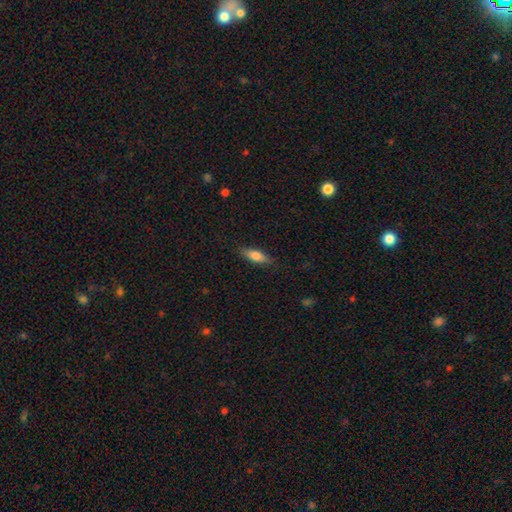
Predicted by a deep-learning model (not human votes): Q: Smooth or featured?
A: smooth (71%); runner-up: featured or disk (22%)
Q: How rounded?
A: in between (56%); runner-up: cigar-shaped (41%)
Q: Merging?
A: none (85%); runner-up: minor disturbance (11%)